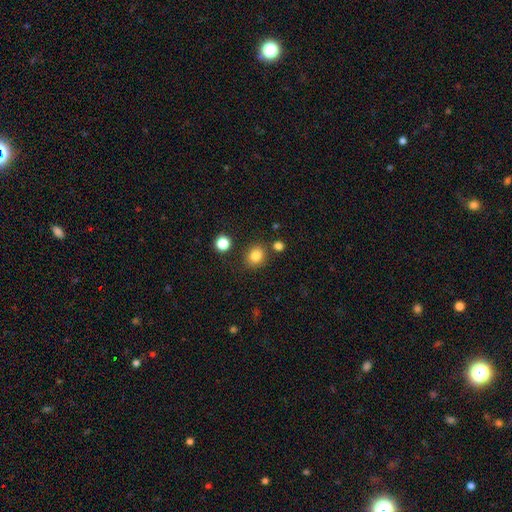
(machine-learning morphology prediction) smooth-or-featured: smooth: 83% | star or artifact: 12% | featured or disk: 5%
  how-rounded: round: 68% | in between: 31% | cigar-shaped: 1%
  merging: none: 81% | minor disturbance: 10% | merger: 6% | major disturbance: 3%